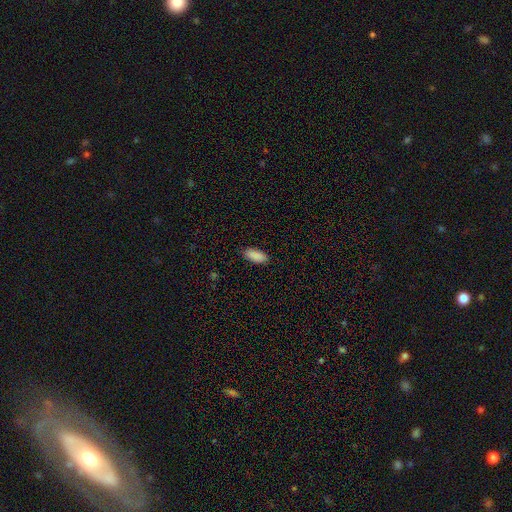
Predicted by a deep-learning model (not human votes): smooth_or_featured: smooth (p=0.90) [alt: star or artifact p=0.06]
how_rounded: in between (p=0.87) [alt: cigar-shaped p=0.11]
merging: none (p=0.88) [alt: minor disturbance p=0.09]